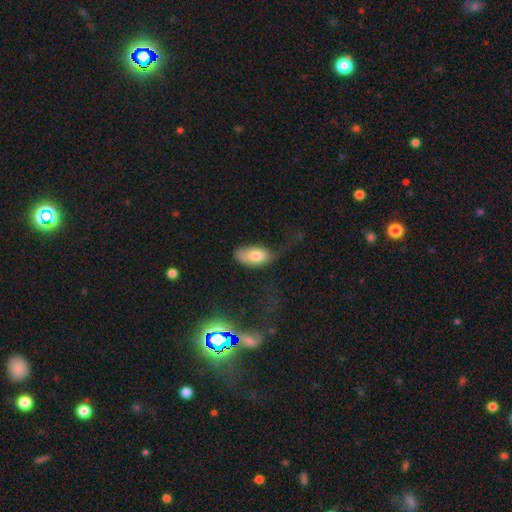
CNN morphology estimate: smooth-or-featured: smooth: 74% | featured or disk: 19% | star or artifact: 7%
  how-rounded: in between: 92% | cigar-shaped: 5% | round: 3%
  merging: major disturbance: 37% | minor disturbance: 32% | none: 28% | merger: 3%